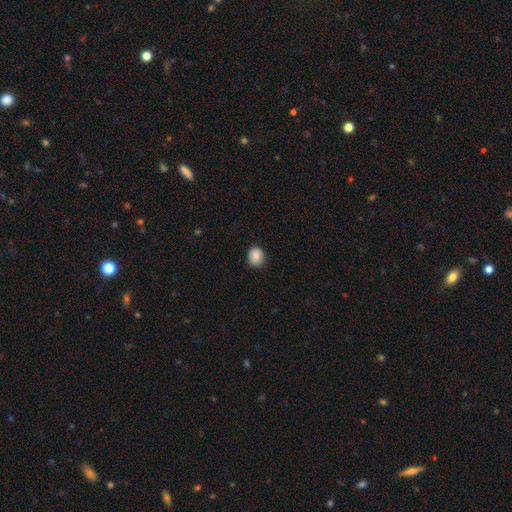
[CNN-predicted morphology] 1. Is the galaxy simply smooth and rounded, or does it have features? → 88% smooth, 9% star or artifact, 4% featured or disk.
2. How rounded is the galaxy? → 72% round, 27% in between, 1% cigar-shaped.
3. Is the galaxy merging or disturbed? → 86% none, 11% minor disturbance, 2% major disturbance, 1% merger.